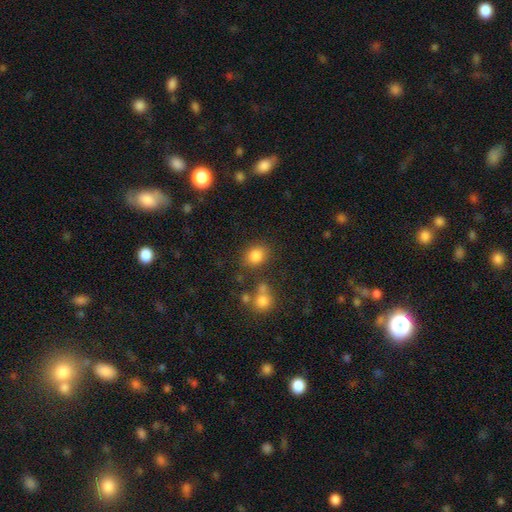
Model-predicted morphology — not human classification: A smooth galaxy with no disk features (83%) that is round (58%).

Vote fractions:
- Smooth or featured? smooth: 83% / star or artifact: 11% / featured or disk: 6%
- How rounded? round: 58% / in between: 41% / cigar-shaped: 1%
- Merging? none: 77% / minor disturbance: 12% / merger: 7% / major disturbance: 5%